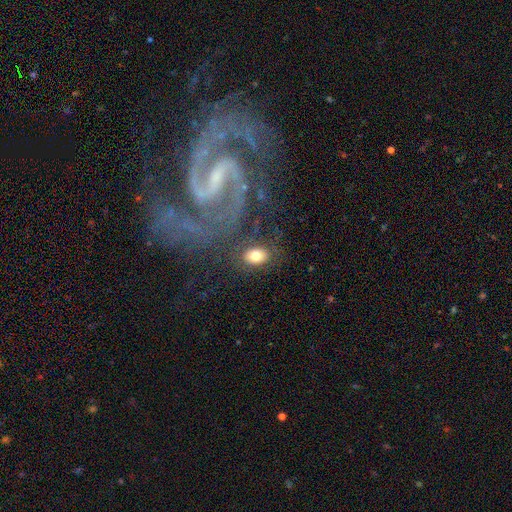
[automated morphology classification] A smooth galaxy with no disk features (75%) that is in between round and cigar-shaped (81%). Merging: none (77%).